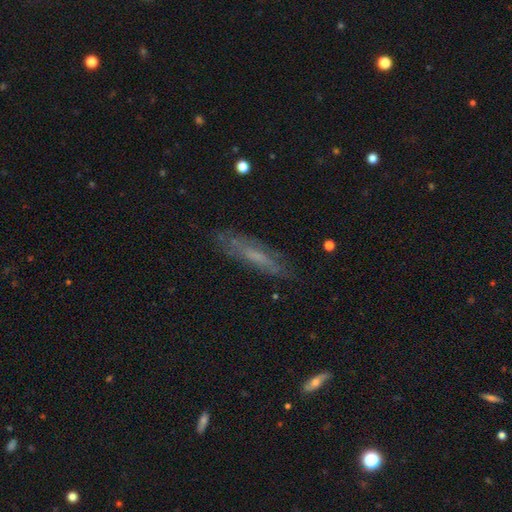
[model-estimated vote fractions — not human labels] Smooth or featured? Predicted: featured or disk (p=0.48). Merging? Predicted: none (p=0.75).